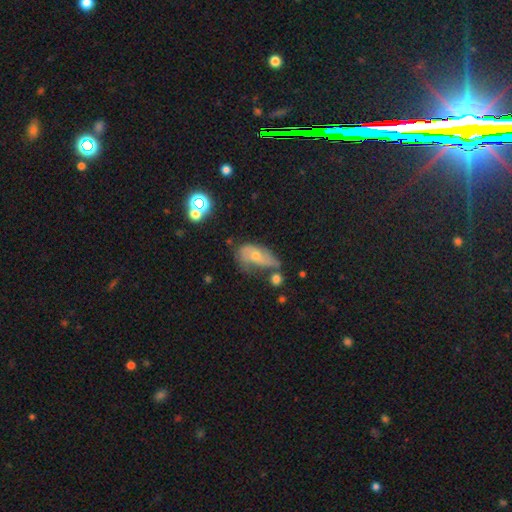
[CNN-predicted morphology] Q: Smooth or featured?
A: featured or disk (52%); runner-up: smooth (35%)
Q: Edge-on disk?
A: no (92%); runner-up: yes (8%)
Q: Merging?
A: none (32%); tied with: minor disturbance (32%)